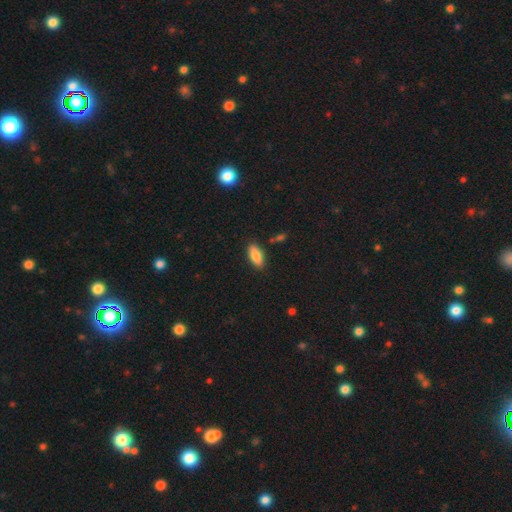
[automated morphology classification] This appears to be a smooth galaxy with no disk features (83%) that is in between round and cigar-shaped (85%). Merging: none (85%).